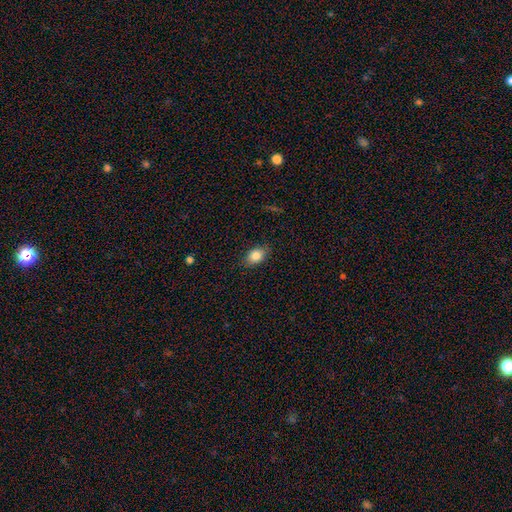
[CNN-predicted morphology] Q: Smooth or featured?
A: smooth (84%); runner-up: star or artifact (8%)
Q: How rounded?
A: in between (81%); runner-up: round (17%)
Q: Merging?
A: none (84%); runner-up: minor disturbance (12%)